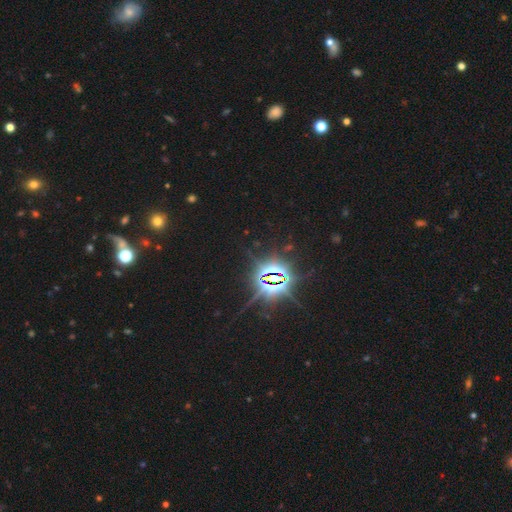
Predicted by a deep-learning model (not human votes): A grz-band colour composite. It shows a star or artifact, not a galaxy (85%).